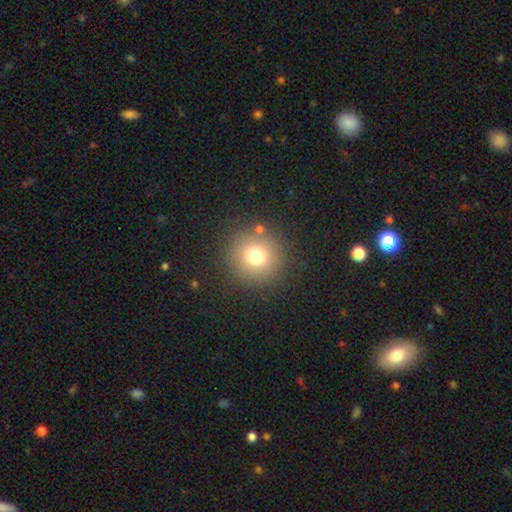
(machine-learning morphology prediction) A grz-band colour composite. It shows a smooth galaxy with no disk features (73%) that is round (94%). Merging: none (86%).